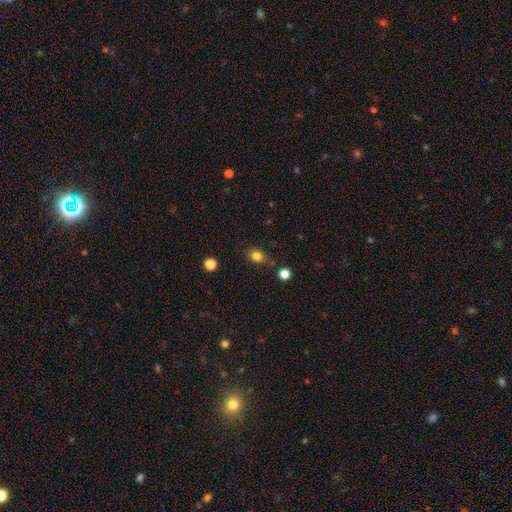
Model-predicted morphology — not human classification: A smooth galaxy with no disk features (82%) that is round (62%).

Vote fractions:
- Smooth or featured? smooth: 82% / star or artifact: 13% / featured or disk: 5%
- How rounded? round: 62% / in between: 37% / cigar-shaped: 1%
- Merging? none: 78% / minor disturbance: 14% / merger: 4% / major disturbance: 4%